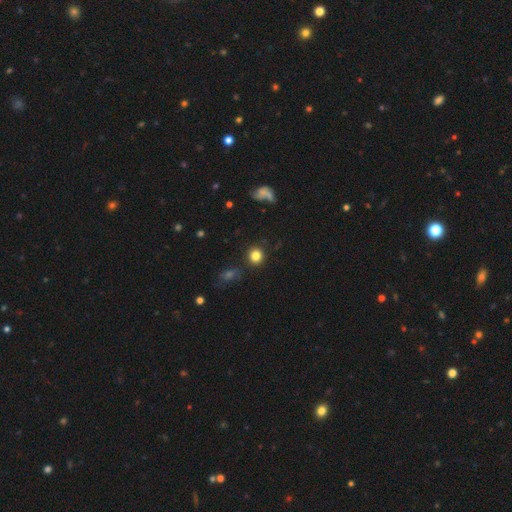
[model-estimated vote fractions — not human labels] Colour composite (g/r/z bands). It shows a smooth galaxy with no disk features (82%) that is round (88%). Merging: none (86%).